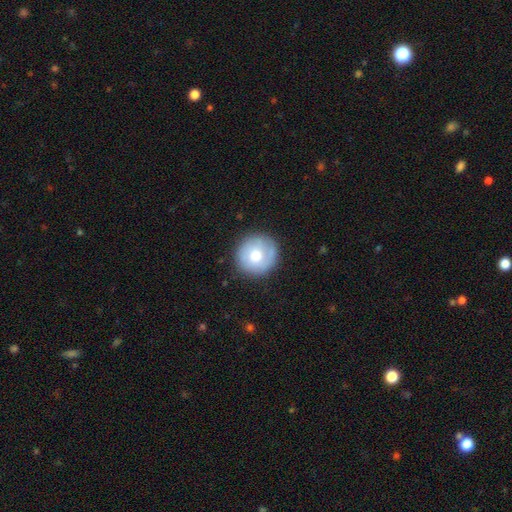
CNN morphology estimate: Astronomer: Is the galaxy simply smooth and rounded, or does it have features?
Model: smooth — 64%.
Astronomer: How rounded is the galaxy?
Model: round — 95%.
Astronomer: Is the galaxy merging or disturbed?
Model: none — 84%.